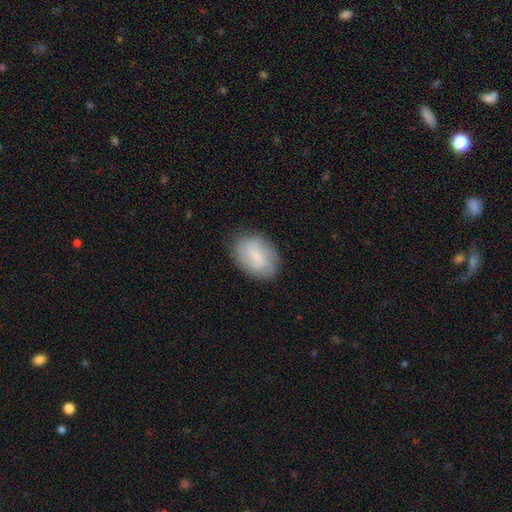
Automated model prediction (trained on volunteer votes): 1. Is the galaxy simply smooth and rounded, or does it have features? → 59% smooth, 33% featured or disk, 8% star or artifact.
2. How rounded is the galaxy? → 80% in between, 18% round, 2% cigar-shaped.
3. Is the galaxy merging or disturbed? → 79% none, 15% minor disturbance, 4% major disturbance, 1% merger.